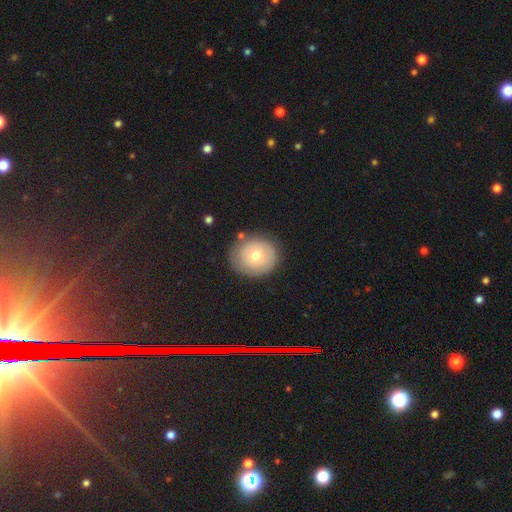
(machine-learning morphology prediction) A smooth galaxy with no disk features (65%) that is round (83%). Merging: none (80%).